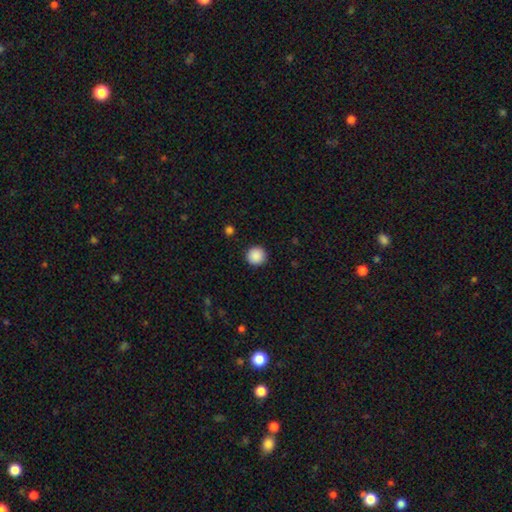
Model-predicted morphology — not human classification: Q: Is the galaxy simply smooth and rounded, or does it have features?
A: smooth — 89%.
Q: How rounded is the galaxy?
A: round — 96%.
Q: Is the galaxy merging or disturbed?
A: none — 92%.